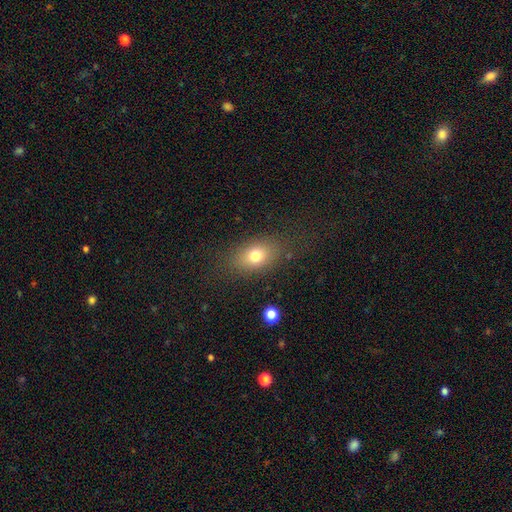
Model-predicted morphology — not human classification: smooth_or_featured: smooth (p=0.75) [alt: featured or disk p=0.13]
how_rounded: in between (p=0.78) [alt: round p=0.20]
merging: none (p=0.80) [alt: minor disturbance p=0.12]